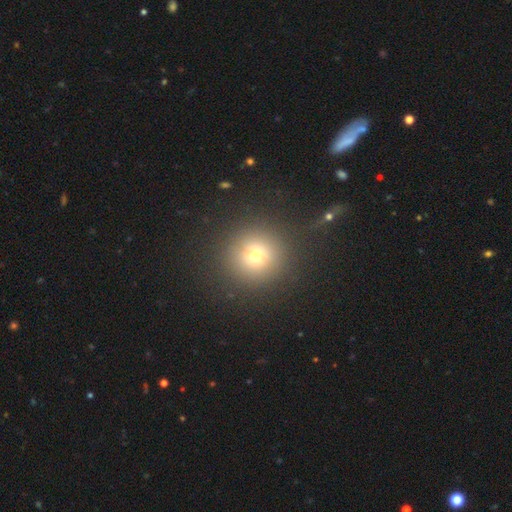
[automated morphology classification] Smooth or featured? smooth (67%)
How rounded? round (94%)
Merging? none (88%)